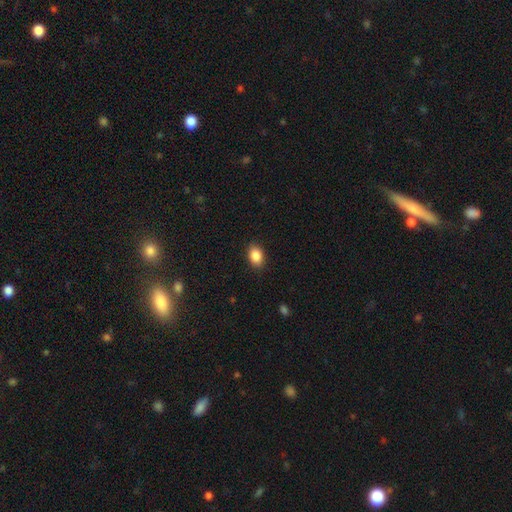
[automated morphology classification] Smooth or featured: smooth — 88% (star or artifact — 8%)
How rounded: in between — 81% (round — 18%)
Merging: none — 89% (minor disturbance — 8%)